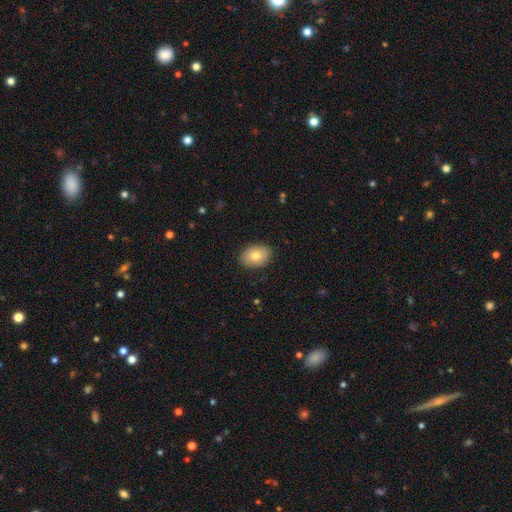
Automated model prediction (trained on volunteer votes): Smooth or featured? Predicted: smooth (p=0.79). How rounded? Predicted: in between (p=0.78). Merging? Predicted: none (p=0.88).